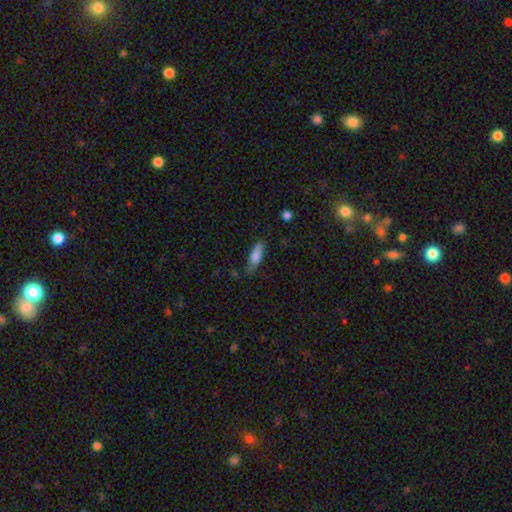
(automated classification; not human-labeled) A smooth galaxy with no disk features (77%) that is in between round and cigar-shaped (50%).

Vote fractions:
- Smooth or featured? smooth: 77% / featured or disk: 15% / star or artifact: 7%
- How rounded? in between: 50% / cigar-shaped: 48% / round: 2%
- Merging? none: 63% / minor disturbance: 27% / major disturbance: 7% / merger: 3%